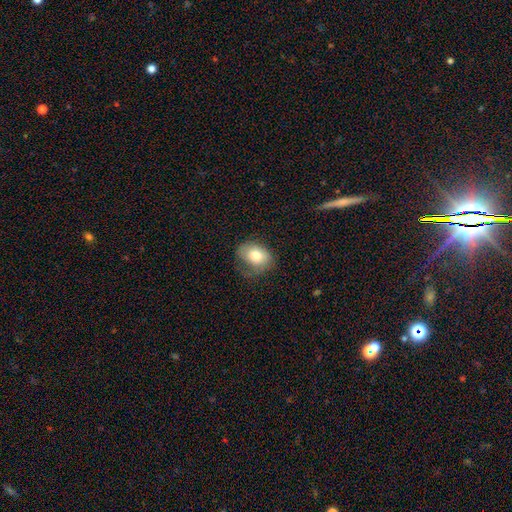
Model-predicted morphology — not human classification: Overall: smooth (73%). How rounded: in between (64%; round 35%). Merging: none (48%; minor disturbance 32%).